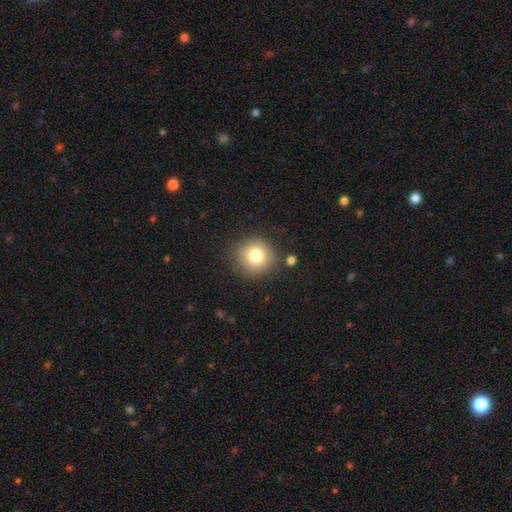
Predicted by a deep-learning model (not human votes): smooth 80%, star or artifact 11%, featured or disk 9%. Down the decision tree: how rounded — round (91%); merging — none (84%).